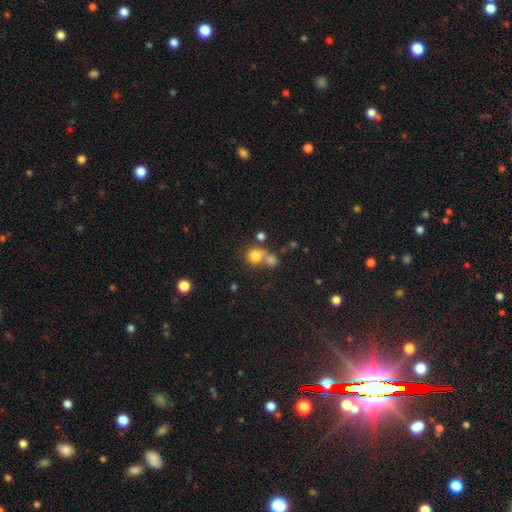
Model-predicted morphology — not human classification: Overall: smooth (77%). How rounded: round (84%). Merging: merger (44%; none 43%).